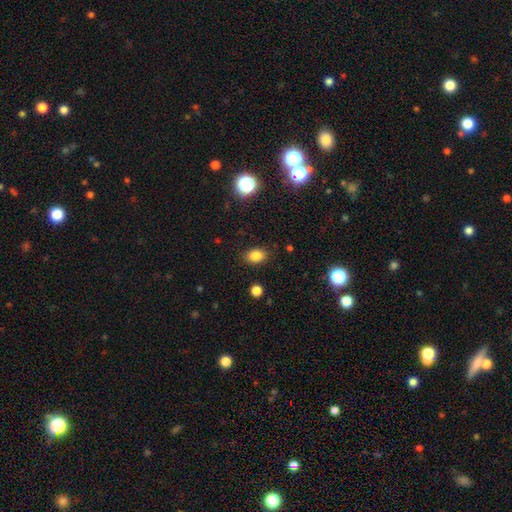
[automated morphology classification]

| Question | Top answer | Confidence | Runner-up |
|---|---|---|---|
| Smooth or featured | smooth | 83% | star or artifact (12%) |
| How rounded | in between | 71% | round (28%) |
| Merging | none | 87% | minor disturbance (9%) |